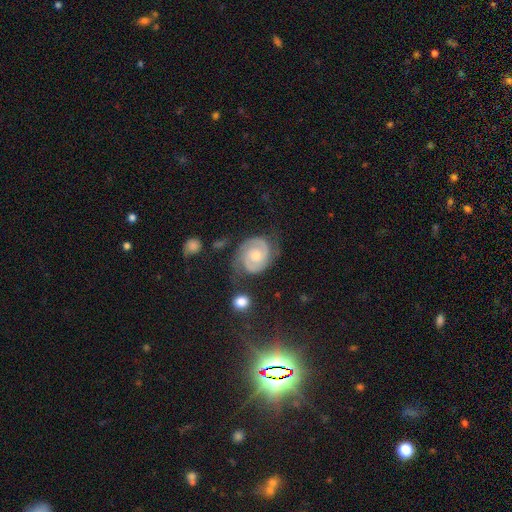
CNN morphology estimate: Smooth or featured?
  - featured or disk: 86% *
  - smooth: 9%
  - star or artifact: 5%
Edge-on disk?
  - no: 98% *
  - yes: 2%
Bar?
  - no: 64% *
  - weak: 30%
  - strong: 6%
Spiral arms?
  - yes: 97% *
  - no: 3%
Spiral winding?
  - tight: 55% *
  - medium: 37%
  - loose: 8%
Spiral arm count?
  - 2: 90% *
  - can't tell: 4%
  - 1: 2%
  - 3: 2%
  - 4: 1%
  - more than 4: 1%
Bulge size?
  - moderate: 61% *
  - small: 28%
  - large: 6%
  - none: 3%
  - dominant: 1%
Merging?
  - none: 66% *
  - minor disturbance: 21%
  - major disturbance: 9%
  - merger: 3%